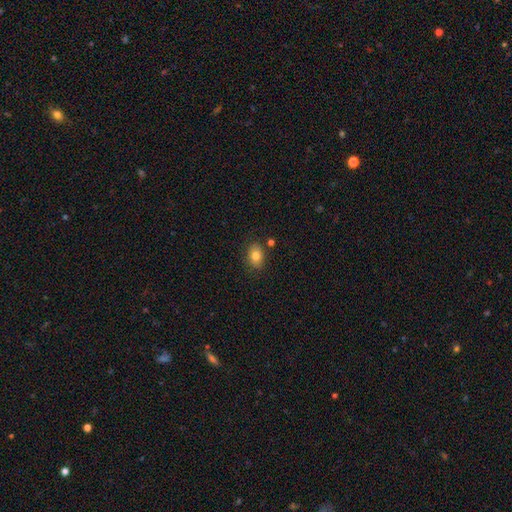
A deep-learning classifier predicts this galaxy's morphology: A smooth galaxy with no disk features (81%) that is in between round and cigar-shaped (69%). Merging: none (81%).